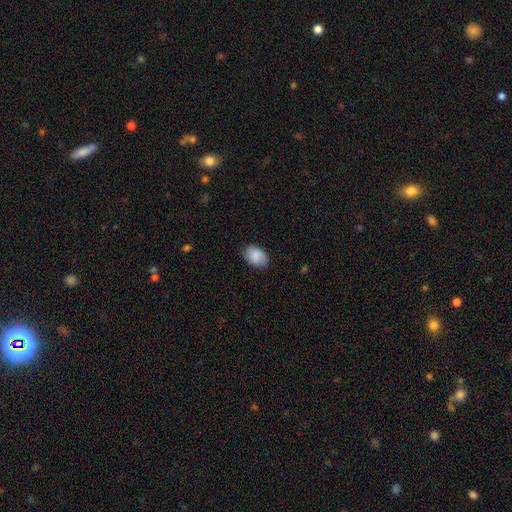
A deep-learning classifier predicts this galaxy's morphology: Q: Smooth or featured?
A: smooth (89%); runner-up: star or artifact (6%)
Q: How rounded?
A: in between (84%); runner-up: round (15%)
Q: Merging?
A: none (81%); runner-up: minor disturbance (15%)